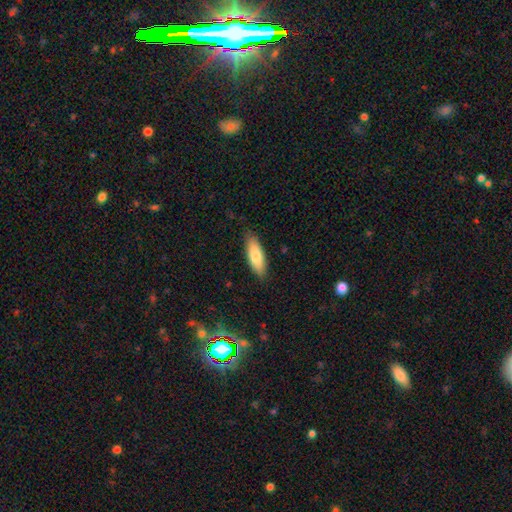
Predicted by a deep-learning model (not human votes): The model was most divided on "how rounded": in between: 55%, cigar-shaped: 43%, round: 2%. More confident: merging — none (85%); smooth or featured — smooth (80%).